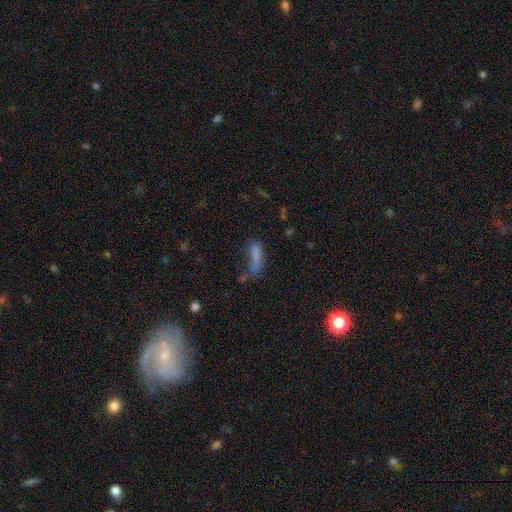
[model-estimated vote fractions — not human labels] A smooth galaxy with no disk features (73%) that is cigar-shaped (59%). Merging: none (41%).